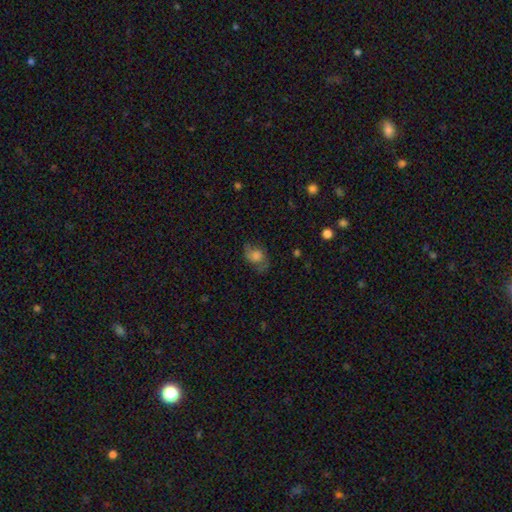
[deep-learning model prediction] A smooth galaxy with no disk features (56%) that is in between round and cigar-shaped (63%).

Vote fractions:
- Smooth or featured? smooth: 56% / featured or disk: 33% / star or artifact: 11%
- How rounded? in between: 63% / round: 35% / cigar-shaped: 2%
- Merging? none: 58% / minor disturbance: 25% / major disturbance: 16% / merger: 2%